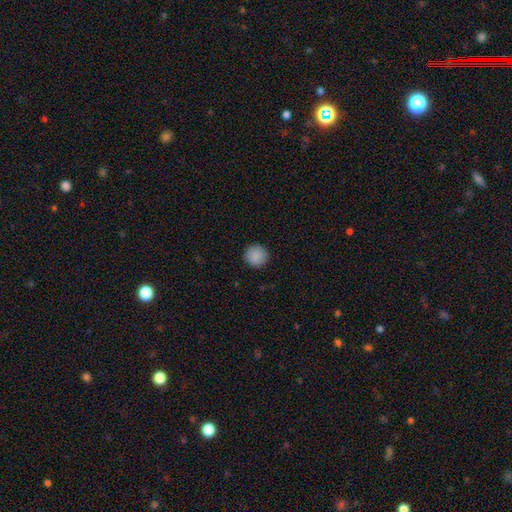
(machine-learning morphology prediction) Smooth or featured?
  - smooth: 89% *
  - star or artifact: 8%
  - featured or disk: 3%
How rounded?
  - round: 95% *
  - in between: 4%
  - cigar-shaped: 1%
Merging?
  - none: 92% *
  - minor disturbance: 5%
  - major disturbance: 2%
  - merger: 1%